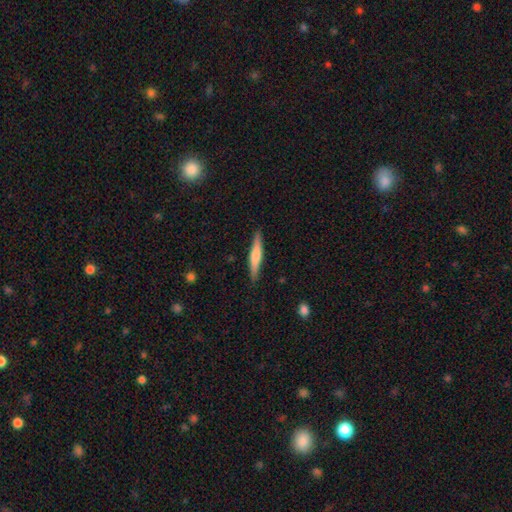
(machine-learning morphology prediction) Q: Smooth or featured?
A: smooth (53%); runner-up: featured or disk (42%)
Q: How rounded?
A: cigar-shaped (90%); runner-up: in between (8%)
Q: Merging?
A: none (89%); runner-up: minor disturbance (8%)